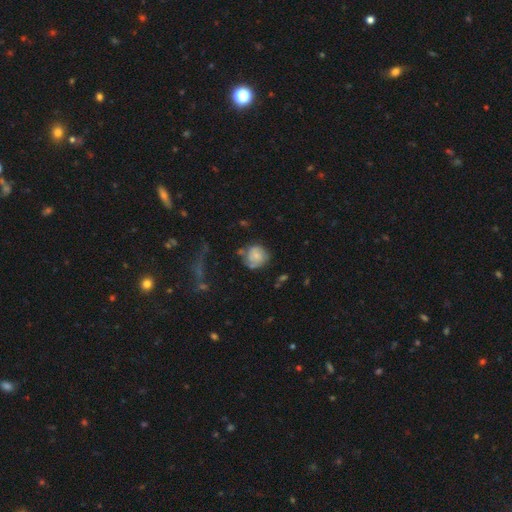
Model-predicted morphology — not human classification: Smooth or featured? smooth (49%)
Merging? none (58%)